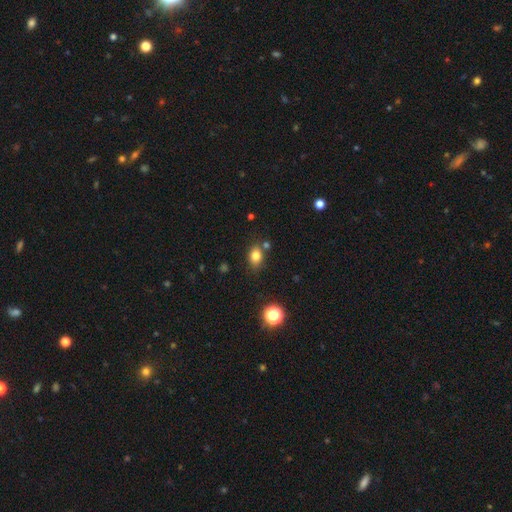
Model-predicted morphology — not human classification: Q: Smooth or featured?
A: smooth (80%); runner-up: star or artifact (12%)
Q: How rounded?
A: in between (67%); runner-up: round (32%)
Q: Merging?
A: none (74%); runner-up: minor disturbance (13%)